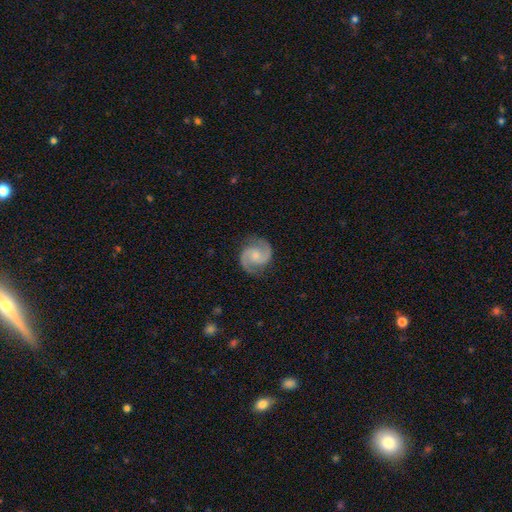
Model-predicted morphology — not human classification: A featured or disk galaxy (89%) with no bar (59%), 2 (94%) medium (59%) spiral arms (98%) and a small central bulge (41%).

Vote fractions:
- Smooth or featured? featured or disk: 89% / smooth: 6% / star or artifact: 4%
- Edge-on disk? no: 98% / yes: 2%
- Bar? no: 59% / weak: 35% / strong: 6%
- Spiral arms? yes: 98% / no: 2%
- Spiral winding? medium: 59% / tight: 27% / loose: 14%
- Spiral arm count? 2: 94% / can't tell: 2% / 3: 1% / 1: 1% / 4: 1% / more than 4: 1%
- Bulge size? small: 41% / moderate: 40% / none: 14% / large: 3% / dominant: 1%
- Merging? none: 85% / minor disturbance: 11% / major disturbance: 3% / merger: 1%